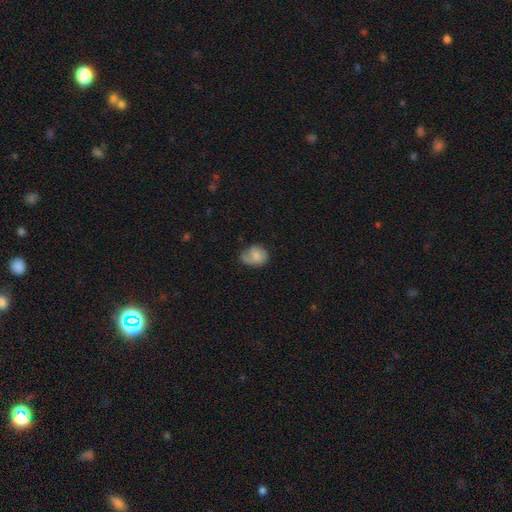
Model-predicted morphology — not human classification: The model was most divided on "merging": none: 48%, minor disturbance: 36%, major disturbance: 14%, merger: 3%. More confident: smooth or featured — smooth (65%); how rounded — in between (58%).